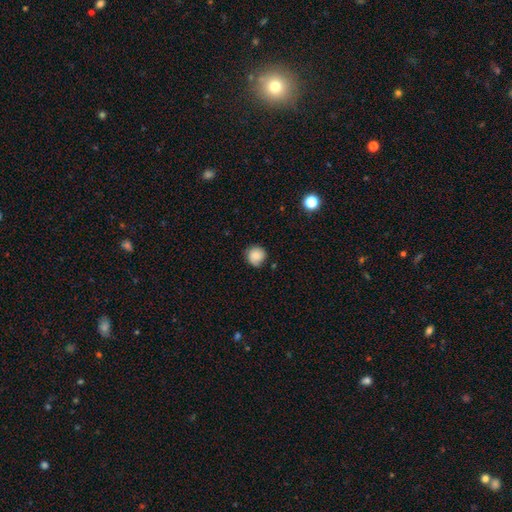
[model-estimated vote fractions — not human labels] A smooth galaxy with no disk features (82%) that is round (91%). Merging: none (78%).